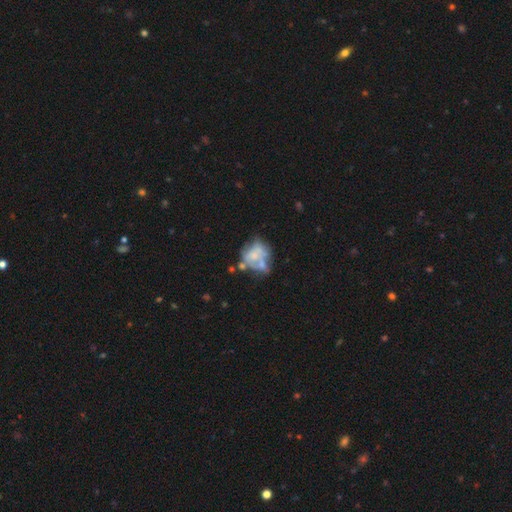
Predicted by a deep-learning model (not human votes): Overall: featured or disk (57%; smooth 33%). Edge-on disk: no (98%). Bar: no (89%). Spiral arms: no (84%). Bulge size: none (37%; small 31%). Merging: none (31%; merger 24%).